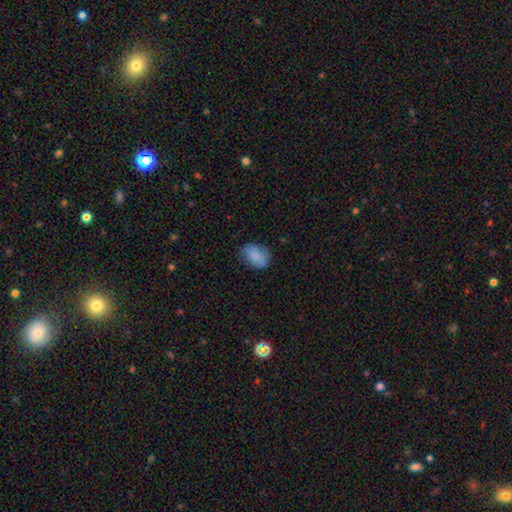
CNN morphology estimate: A smooth galaxy with no disk features (80%) that is in between round and cigar-shaped (76%).

Vote fractions:
- Smooth or featured? smooth: 80% / featured or disk: 12% / star or artifact: 8%
- How rounded? in between: 76% / round: 22% / cigar-shaped: 1%
- Merging? none: 67% / minor disturbance: 24% / major disturbance: 7% / merger: 1%